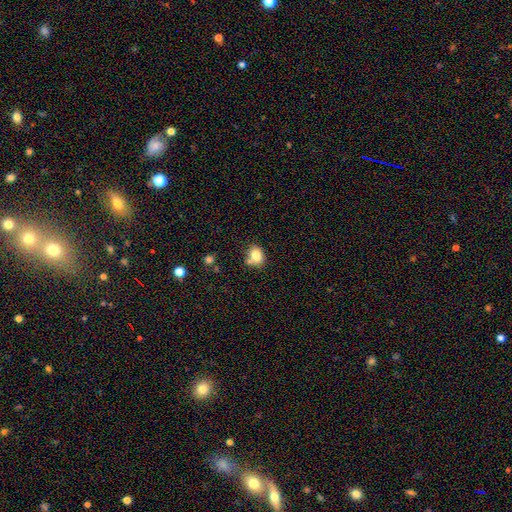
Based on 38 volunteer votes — A smooth galaxy with no disk features (82%) that is in between round and cigar-shaped (68%). Merging: none (59%).